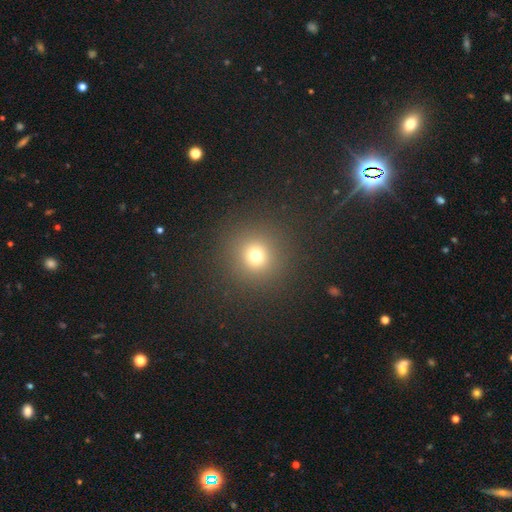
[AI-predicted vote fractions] Smooth or featured? Predicted: smooth (p=0.71). How rounded? Predicted: round (p=0.93). Merging? Predicted: none (p=0.89).